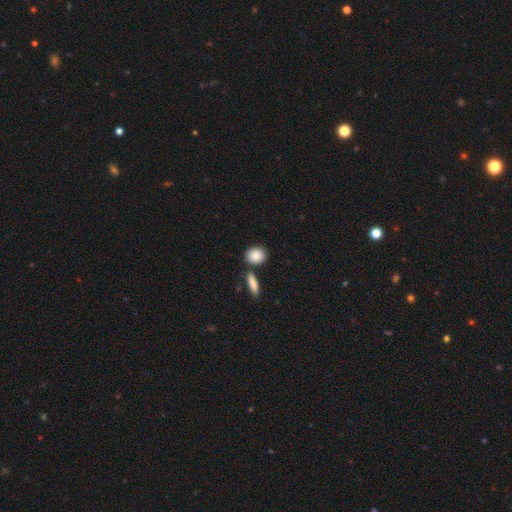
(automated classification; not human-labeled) Smooth or featured?
  - smooth: 87% *
  - star or artifact: 7%
  - featured or disk: 6%
How rounded?
  - round: 56% *
  - in between: 41%
  - cigar-shaped: 3%
Merging?
  - none: 74% *
  - merger: 13%
  - minor disturbance: 10%
  - major disturbance: 3%